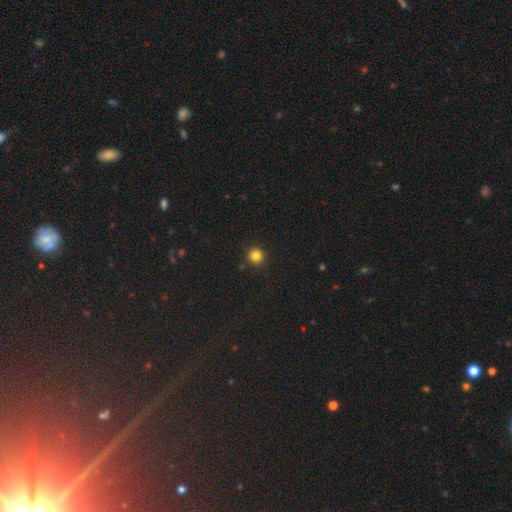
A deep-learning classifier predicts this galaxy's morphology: Smooth or featured?
  - smooth: 83% *
  - star or artifact: 13%
  - featured or disk: 4%
How rounded?
  - round: 95% *
  - in between: 4%
  - cigar-shaped: 1%
Merging?
  - none: 91% *
  - minor disturbance: 6%
  - major disturbance: 2%
  - merger: 2%